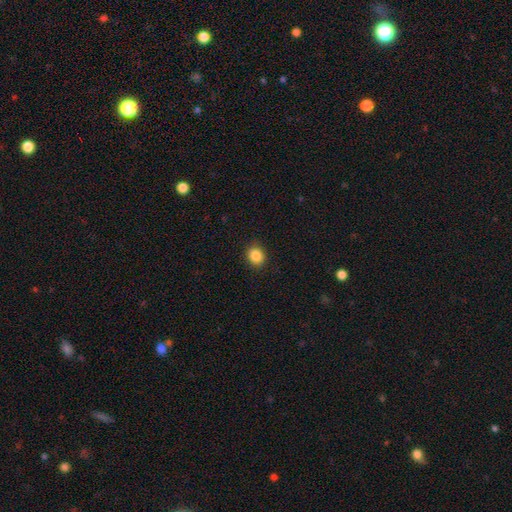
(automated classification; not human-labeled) A smooth galaxy with no disk features (88%) that is round (65%). Merging: none (89%).